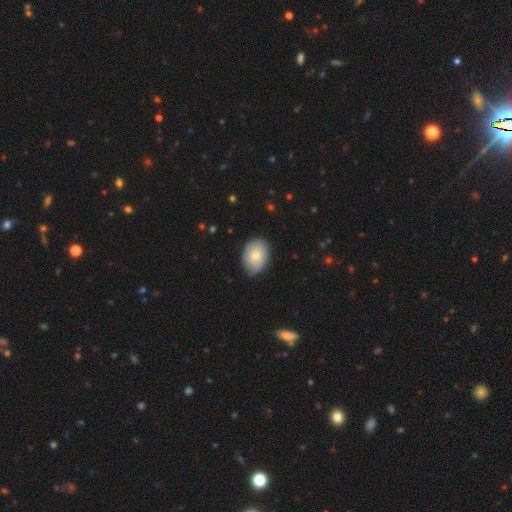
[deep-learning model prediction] Morphology: type=smooth (78%); roundness=in between (76%); merging=none (74%).